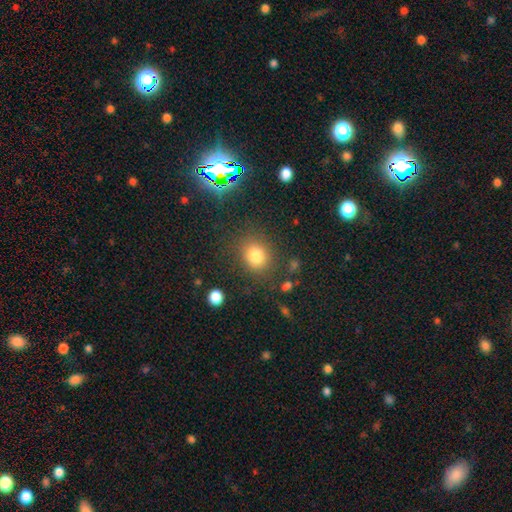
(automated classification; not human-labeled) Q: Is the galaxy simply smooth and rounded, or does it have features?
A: smooth — 80%.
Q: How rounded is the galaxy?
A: round — 70%.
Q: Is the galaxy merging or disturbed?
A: none — 80%.